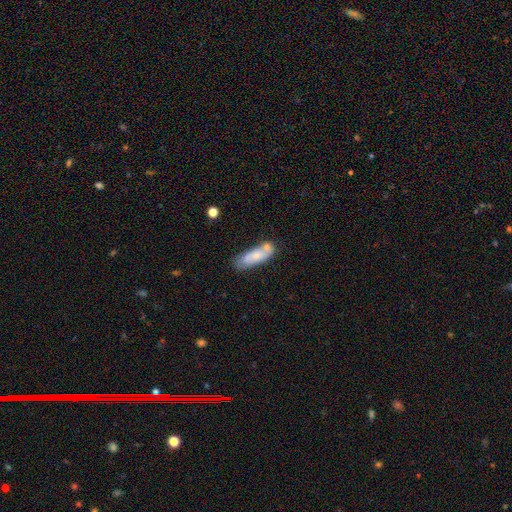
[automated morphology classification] smooth_or_featured: smooth (p=0.61) [alt: featured or disk p=0.32]
how_rounded: in between (p=0.60) [alt: cigar-shaped p=0.37]
merging: none (p=0.50) [alt: merger p=0.25]